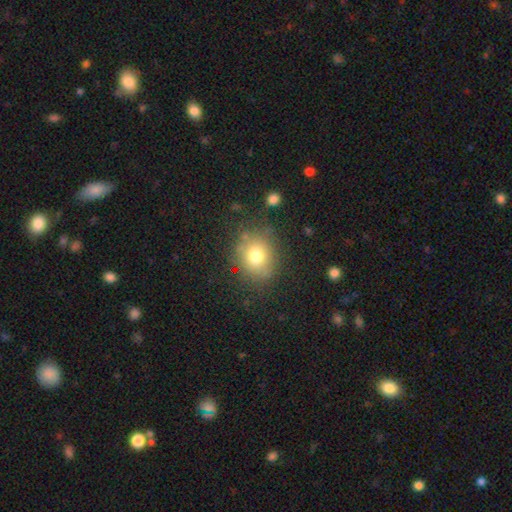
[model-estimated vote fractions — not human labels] Overall: smooth (76%). How rounded: round (70%). Merging: none (79%).